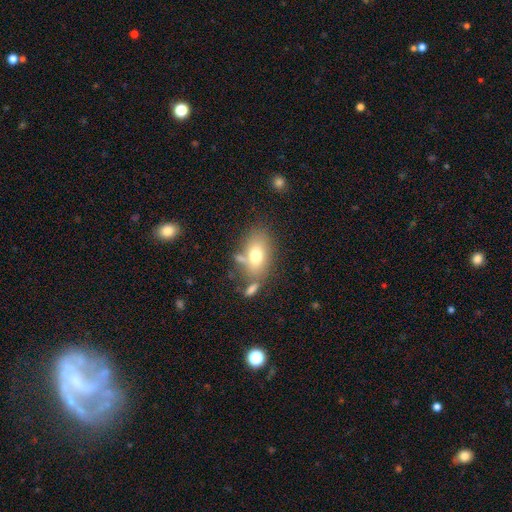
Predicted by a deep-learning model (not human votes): Overall: smooth (72%). How rounded: in between (86%). Merging: none (59%).